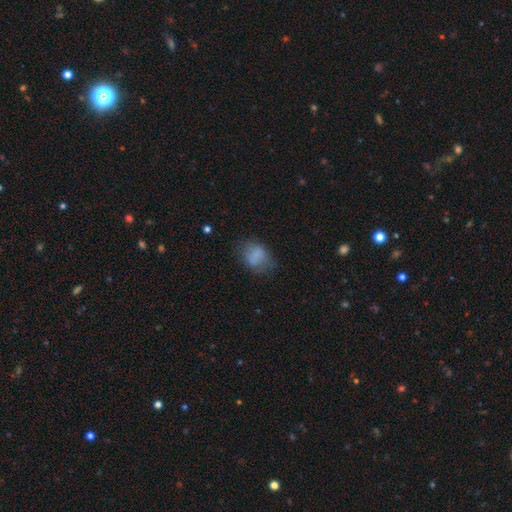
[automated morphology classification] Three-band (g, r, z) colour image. It shows a smooth galaxy with no disk features (72%) that is in between round and cigar-shaped (60%). Merging: none (57%).